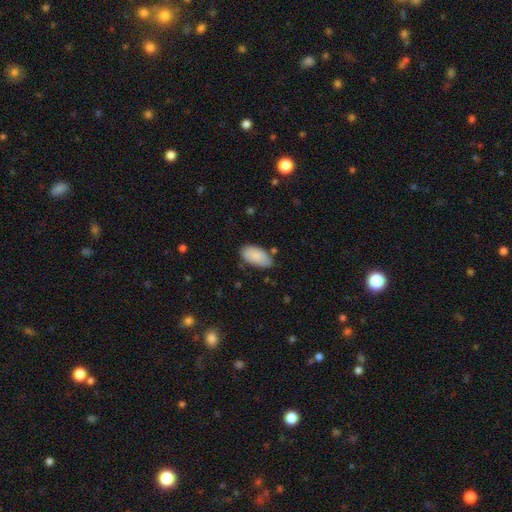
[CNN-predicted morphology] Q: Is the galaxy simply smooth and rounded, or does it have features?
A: smooth — 86%.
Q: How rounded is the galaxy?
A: in between — 95%.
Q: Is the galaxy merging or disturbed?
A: none — 73%.